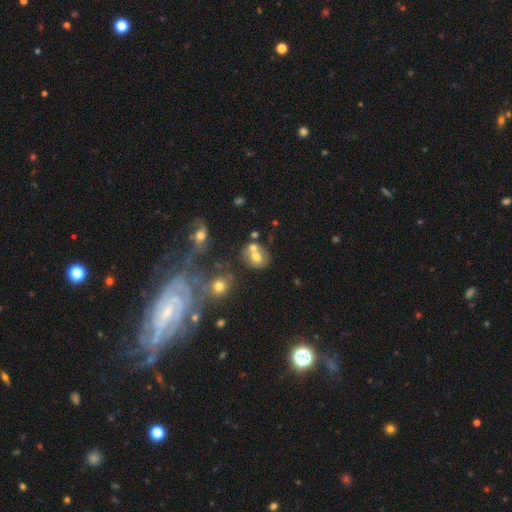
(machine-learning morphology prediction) Smooth or featured? smooth (60%)
How rounded? round (62%)
Merging? none (44%)